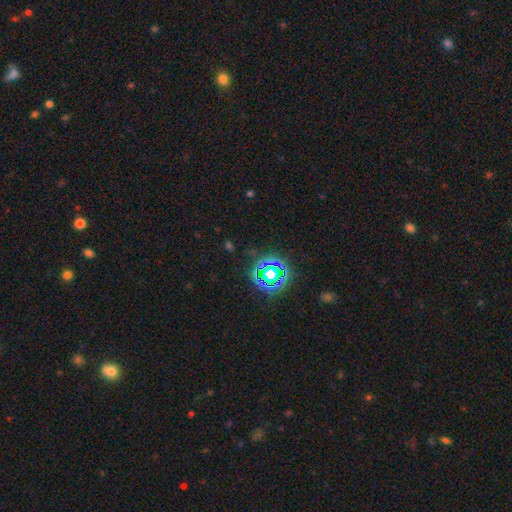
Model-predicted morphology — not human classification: A star or artifact, not a galaxy (78%).